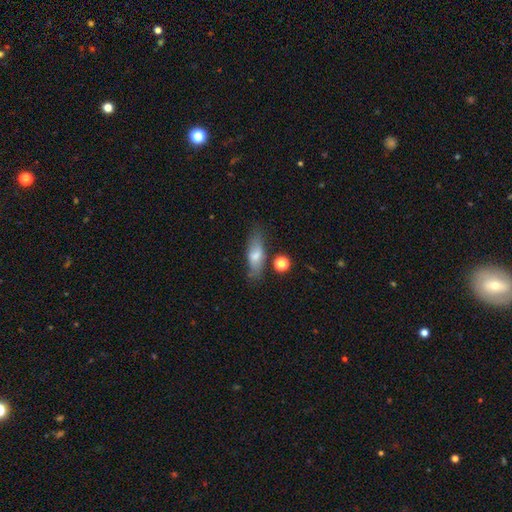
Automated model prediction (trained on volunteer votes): Smooth or featured: smooth — 66% (featured or disk — 26%)
How rounded: in between — 62% (cigar-shaped — 34%)
Merging: none — 67% (minor disturbance — 20%)